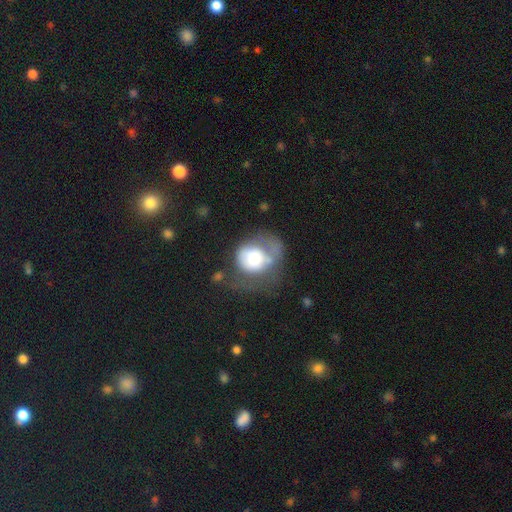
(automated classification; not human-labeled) Morphology: type=smooth (55%); roundness=round (62%); merging=major disturbance (44%).